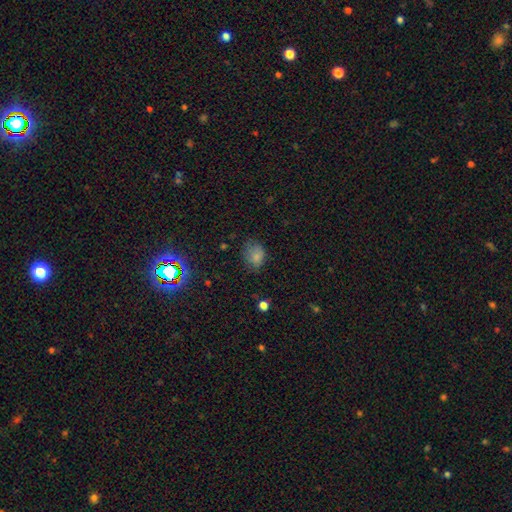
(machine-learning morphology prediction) The model was most divided on "how rounded": in between: 57%, round: 42%, cigar-shaped: 1%. More confident: smooth or featured — smooth (76%); merging — none (56%).